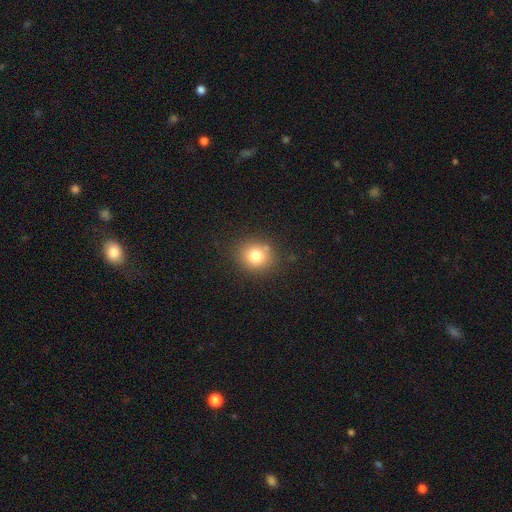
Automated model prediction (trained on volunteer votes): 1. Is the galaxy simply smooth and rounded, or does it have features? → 79% smooth, 12% star or artifact, 9% featured or disk.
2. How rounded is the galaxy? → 77% round, 23% in between, 1% cigar-shaped.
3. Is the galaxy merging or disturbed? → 83% none, 11% minor disturbance, 3% major disturbance, 3% merger.